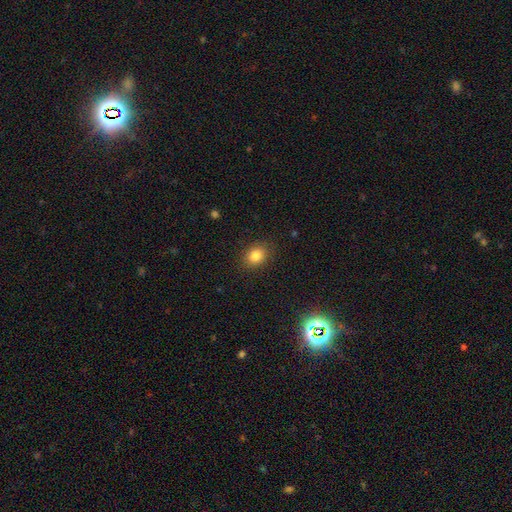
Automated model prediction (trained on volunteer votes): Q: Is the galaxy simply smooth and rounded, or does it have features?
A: smooth — 83%.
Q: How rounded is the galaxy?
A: in between — 50%.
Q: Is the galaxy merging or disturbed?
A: none — 87%.